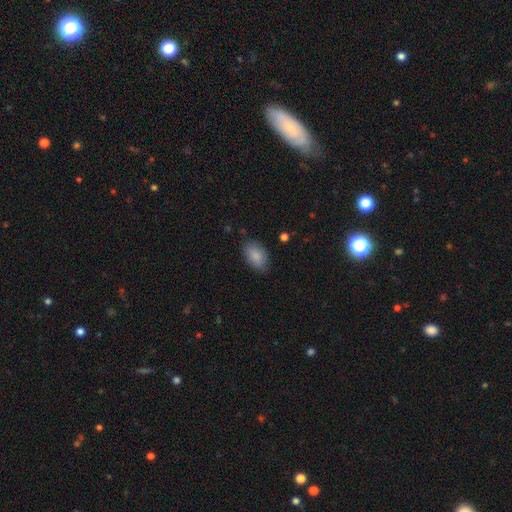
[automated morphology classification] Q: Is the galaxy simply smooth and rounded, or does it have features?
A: smooth — 87%.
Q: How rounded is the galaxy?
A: in between — 89%.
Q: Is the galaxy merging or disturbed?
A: none — 77%.